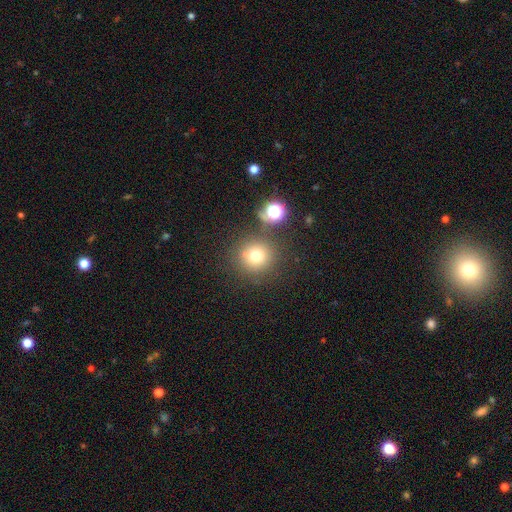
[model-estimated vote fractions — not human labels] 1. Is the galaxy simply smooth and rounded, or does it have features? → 72% smooth, 18% star or artifact, 10% featured or disk.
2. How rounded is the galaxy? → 93% round, 6% in between, 1% cigar-shaped.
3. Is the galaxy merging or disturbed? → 74% none, 12% merger, 9% minor disturbance, 4% major disturbance.